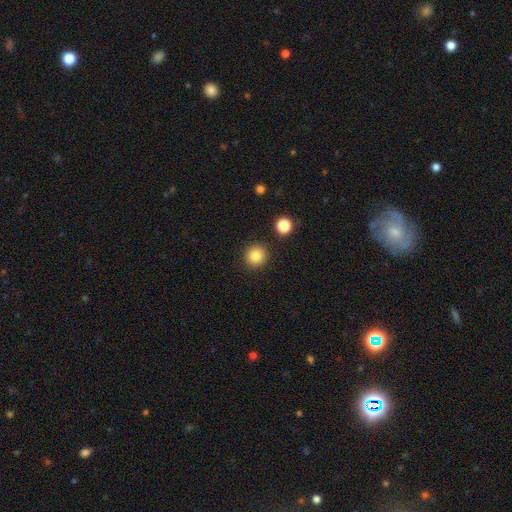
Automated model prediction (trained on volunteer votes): smooth 85%, star or artifact 11%, featured or disk 5%. Down the decision tree: how rounded — round (93%); merging — none (90%).